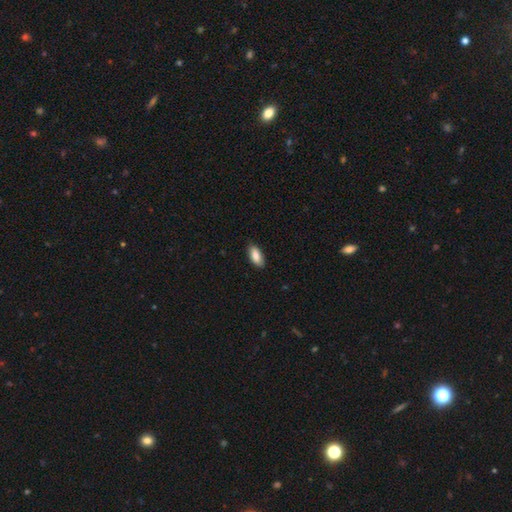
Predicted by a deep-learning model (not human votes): smooth_or_featured: smooth (p=0.86) [alt: featured or disk p=0.07]
how_rounded: in between (p=0.90) [alt: cigar-shaped p=0.08]
merging: none (p=0.87) [alt: minor disturbance p=0.10]